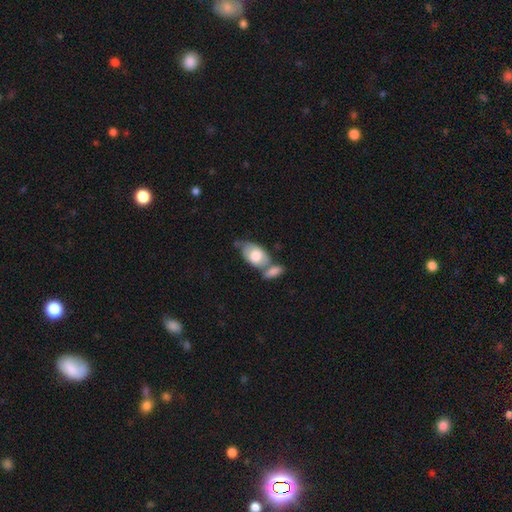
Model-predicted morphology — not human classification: A smooth galaxy with no disk features (71%) that is in between round and cigar-shaped (92%). Merging: merger (42%).